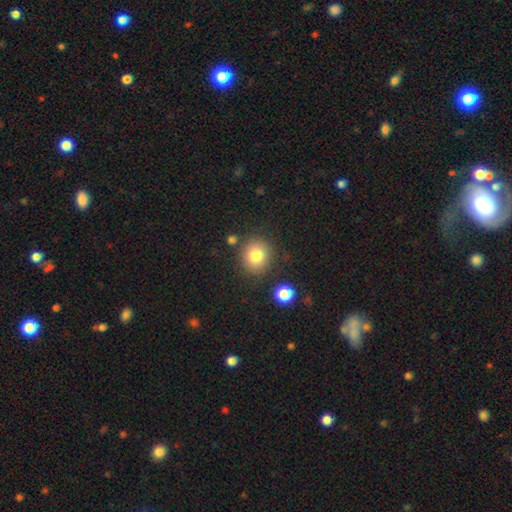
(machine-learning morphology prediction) Overall: smooth (81%). How rounded: round (88%). Merging: none (82%).